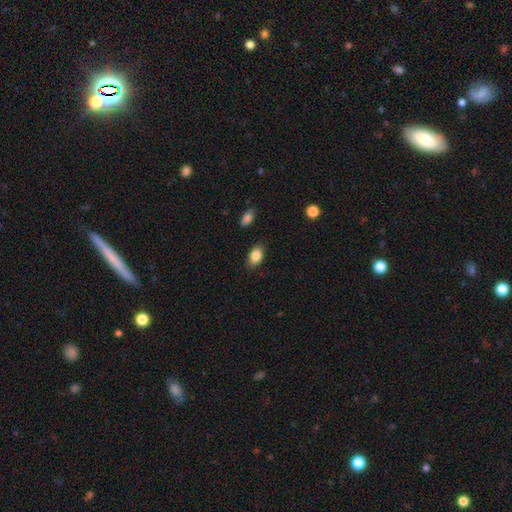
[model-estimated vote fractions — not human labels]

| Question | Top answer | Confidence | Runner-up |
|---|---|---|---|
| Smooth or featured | smooth | 85% | star or artifact (8%) |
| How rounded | in between | 88% | round (10%) |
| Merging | none | 86% | minor disturbance (10%) |